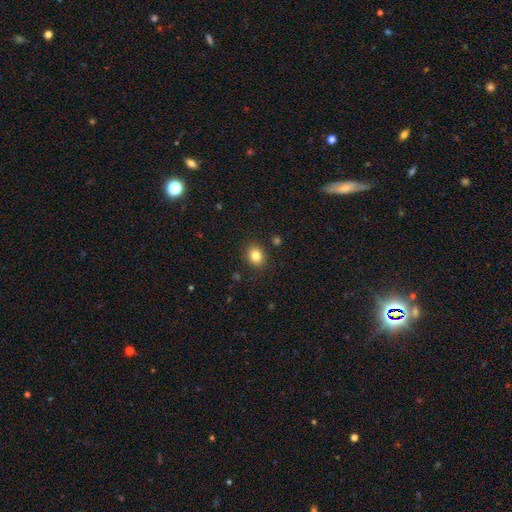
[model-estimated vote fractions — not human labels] smooth-or-featured: smooth: 83% | star or artifact: 11% | featured or disk: 7%
  how-rounded: round: 64% | in between: 35% | cigar-shaped: 1%
  merging: none: 89% | minor disturbance: 7% | major disturbance: 2% | merger: 2%